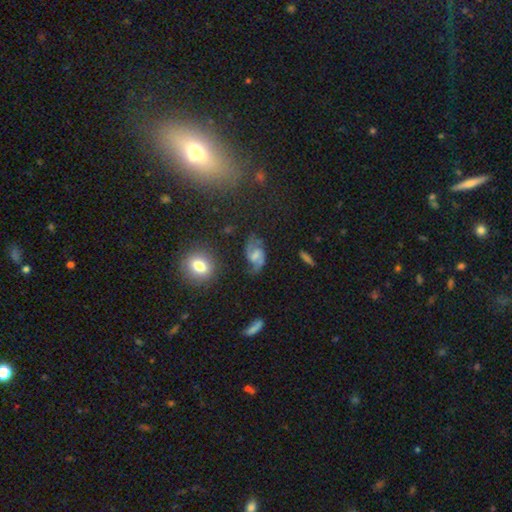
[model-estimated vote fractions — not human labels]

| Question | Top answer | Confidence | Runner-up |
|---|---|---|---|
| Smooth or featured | featured or disk | 74% | smooth (16%) |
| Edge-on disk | no | 97% | yes (3%) |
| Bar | weak | 52% | no (32%) |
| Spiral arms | yes | 91% | no (9%) |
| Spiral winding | loose | 53% | medium (38%) |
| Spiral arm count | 2 | 89% | can't tell (5%) |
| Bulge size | small | 31% | moderate (30%) |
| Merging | none | 59% | minor disturbance (21%) |